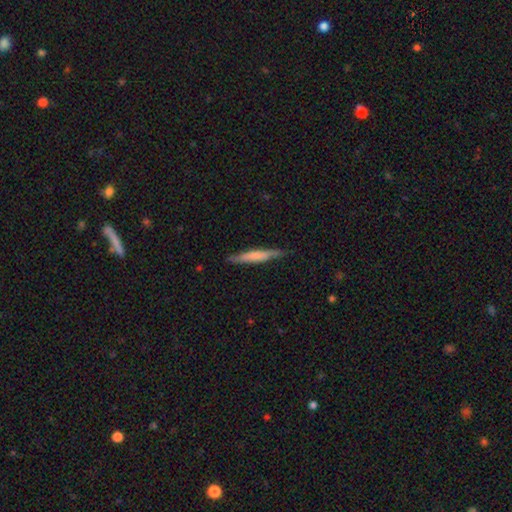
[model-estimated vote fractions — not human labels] Q: Smooth or featured?
A: smooth (57%); runner-up: featured or disk (38%)
Q: How rounded?
A: cigar-shaped (94%); runner-up: in between (5%)
Q: Merging?
A: none (85%); runner-up: minor disturbance (12%)